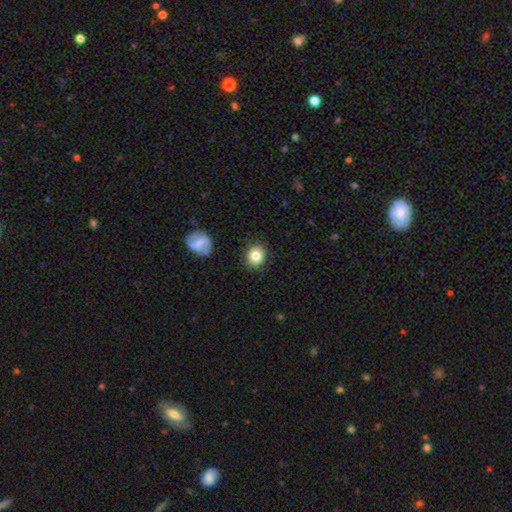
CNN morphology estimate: type=smooth (78%); roundness=round (73%); merging=none (87%).